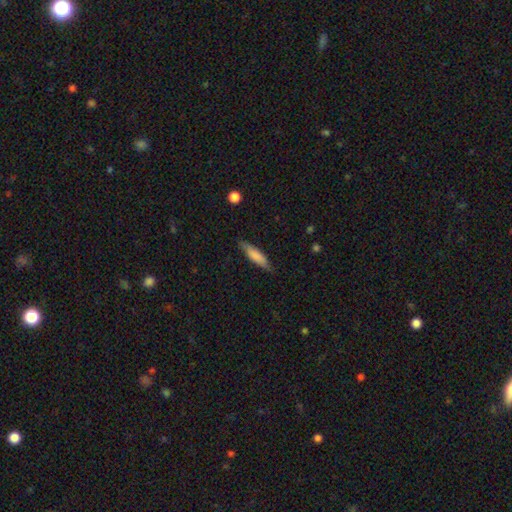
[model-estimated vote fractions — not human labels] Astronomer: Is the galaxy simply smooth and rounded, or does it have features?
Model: smooth — 76%.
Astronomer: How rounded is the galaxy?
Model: cigar-shaped — 68%.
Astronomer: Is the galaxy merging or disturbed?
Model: none — 80%.